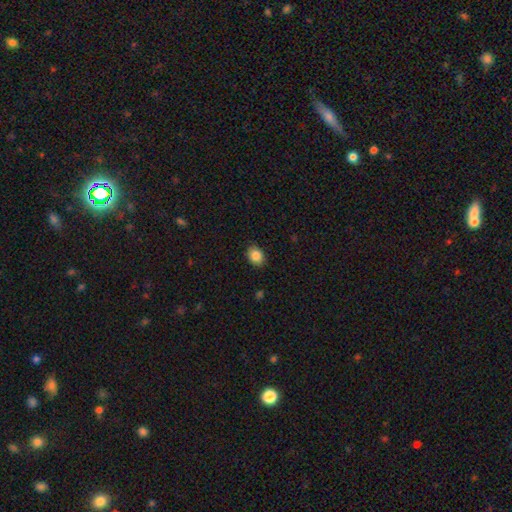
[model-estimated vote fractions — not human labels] Smooth or featured: smooth — 87% (star or artifact — 8%)
How rounded: in between — 61% (round — 38%)
Merging: none — 87% (minor disturbance — 9%)